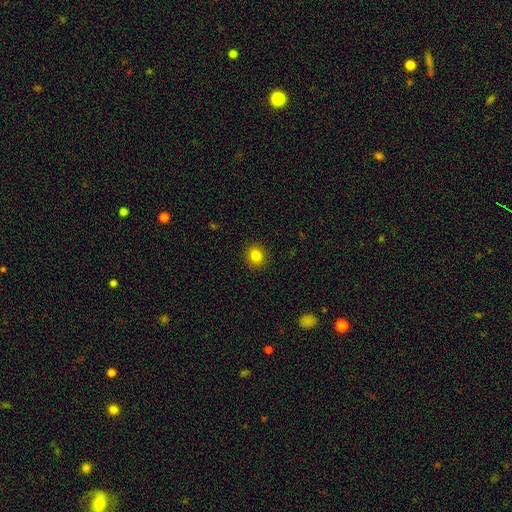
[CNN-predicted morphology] Overall: smooth (83%). How rounded: round (84%). Merging: none (91%).